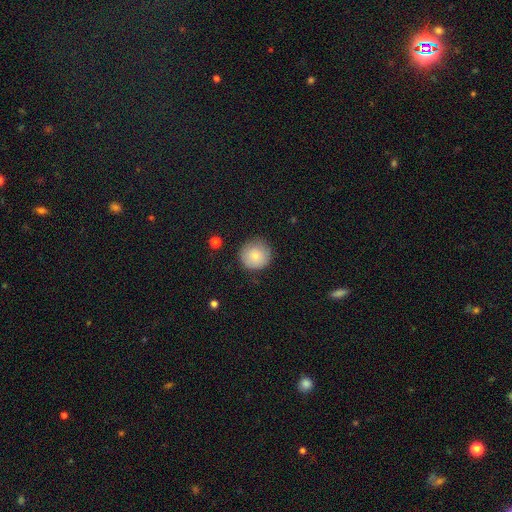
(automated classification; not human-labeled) Smooth or featured: smooth — 75% (featured or disk — 16%)
How rounded: round — 95% (in between — 4%)
Merging: none — 84% (minor disturbance — 12%)